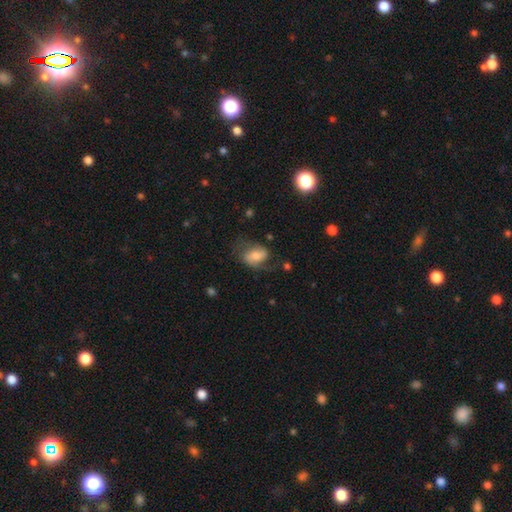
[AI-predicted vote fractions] featured or disk 51%, smooth 40%, star or artifact 8%. Down the decision tree: edge-on disk — no (96%); merging — none (53%).